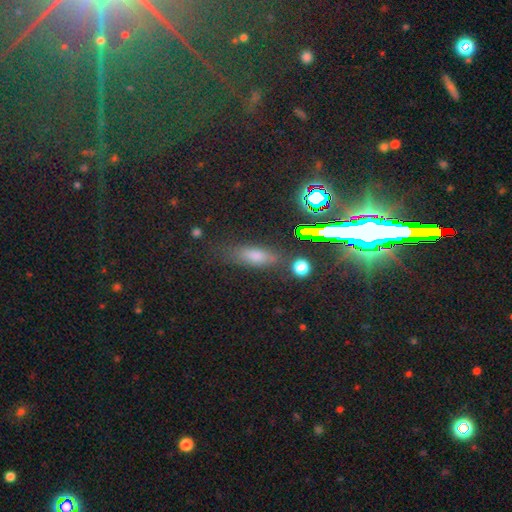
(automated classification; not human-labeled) smooth 57%, star or artifact 30%, featured or disk 13%. Down the decision tree: how rounded — in between (53%); merging — none (79%).